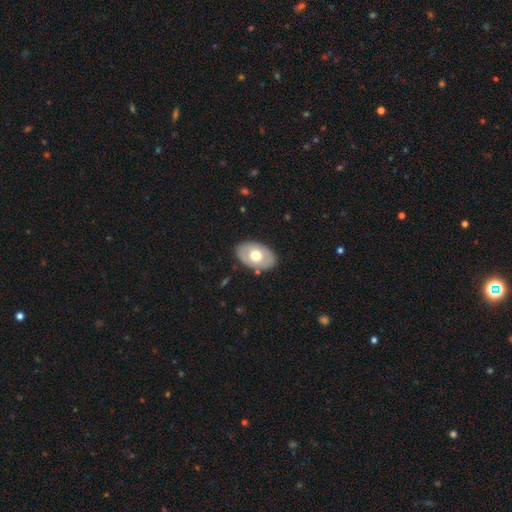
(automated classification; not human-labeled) Smooth or featured?
  - smooth: 55% *
  - featured or disk: 40%
  - star or artifact: 5%
How rounded?
  - in between: 87% *
  - round: 11%
  - cigar-shaped: 1%
Merging?
  - none: 85% *
  - minor disturbance: 11%
  - major disturbance: 3%
  - merger: 1%